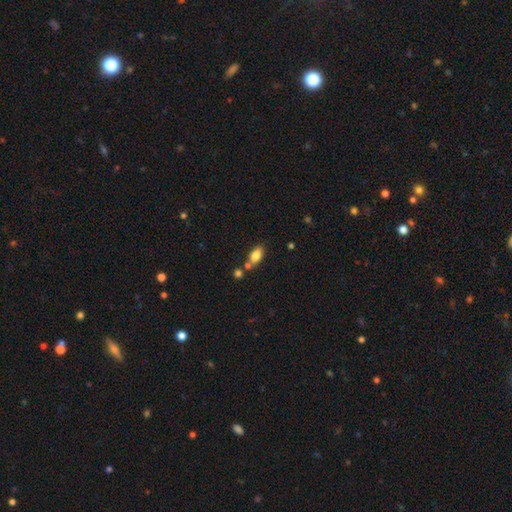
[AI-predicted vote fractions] This appears to be a smooth galaxy with no disk features (81%) that is in between round and cigar-shaped (87%). Merging: none (62%).